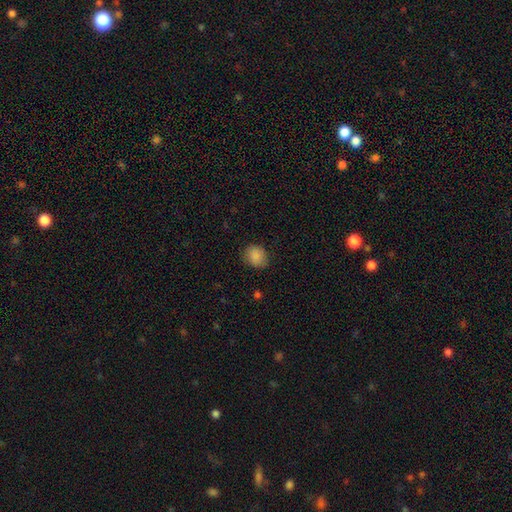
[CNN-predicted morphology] smooth_or_featured: smooth (p=0.87) [alt: star or artifact p=0.08]
how_rounded: round (p=0.66) [alt: in between p=0.33]
merging: none (p=0.79) [alt: minor disturbance p=0.16]